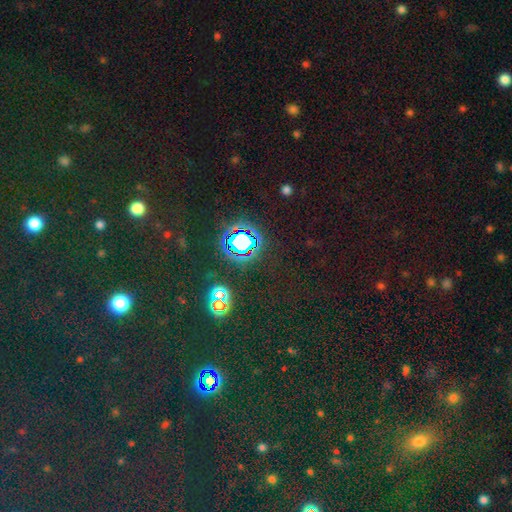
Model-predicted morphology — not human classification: This appears to be a star or artifact, not a galaxy (77%).